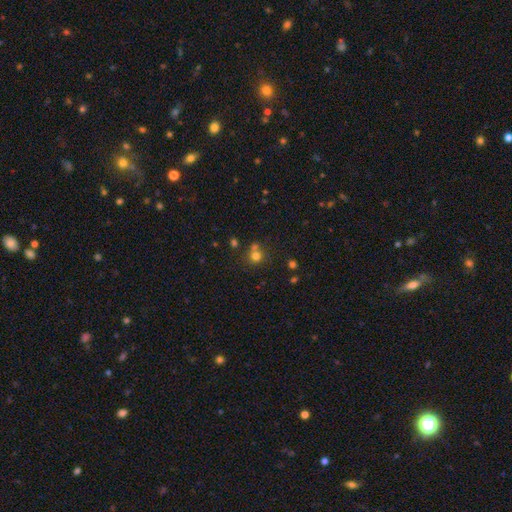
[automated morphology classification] Smooth or featured? smooth (72%)
How rounded? round (87%)
Merging? none (56%)